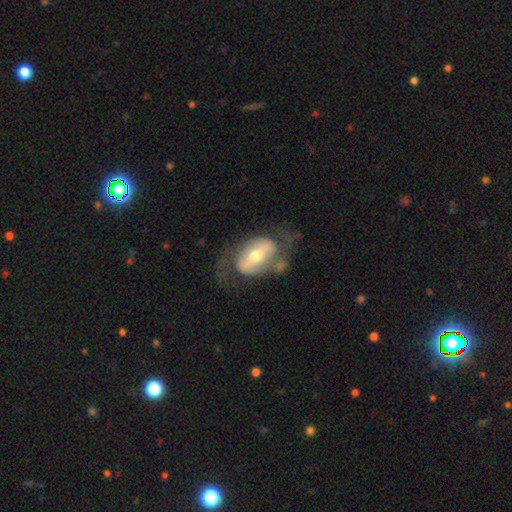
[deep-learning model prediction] This appears to be a featured or disk galaxy (73%) with a strong bar (42%), spiral arms (71%) and a moderate central bulge (64%). Merging: none (54%).